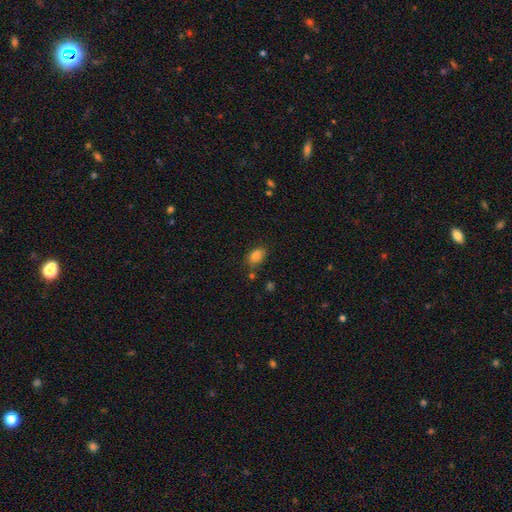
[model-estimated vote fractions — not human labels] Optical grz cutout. It shows a smooth galaxy with no disk features (82%) that is in between round and cigar-shaped (83%). Merging: none (74%).